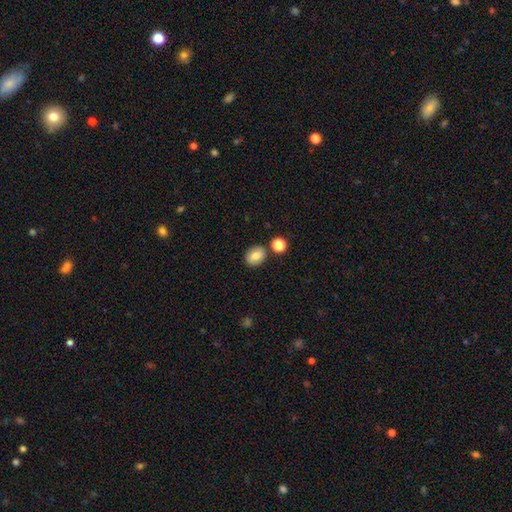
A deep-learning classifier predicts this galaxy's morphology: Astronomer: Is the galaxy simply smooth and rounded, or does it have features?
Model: smooth — 80%.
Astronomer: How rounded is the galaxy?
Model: in between — 55% (runner-up: round, 44%).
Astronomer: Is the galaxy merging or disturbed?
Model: none — 81%.